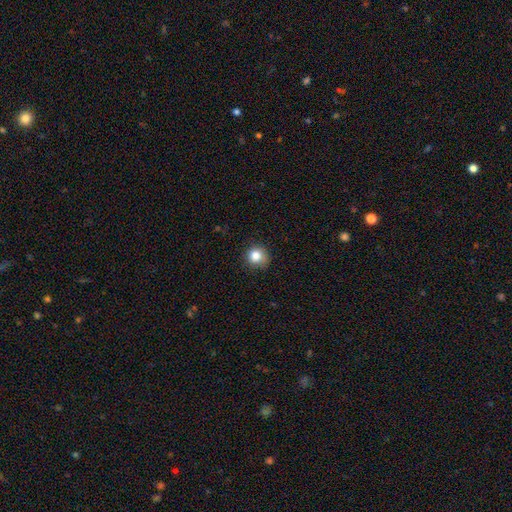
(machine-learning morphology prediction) Smooth or featured?
  - smooth: 85% *
  - star or artifact: 10%
  - featured or disk: 5%
How rounded?
  - round: 90% *
  - in between: 9%
  - cigar-shaped: 1%
Merging?
  - none: 80% *
  - minor disturbance: 16%
  - major disturbance: 4%
  - merger: 1%